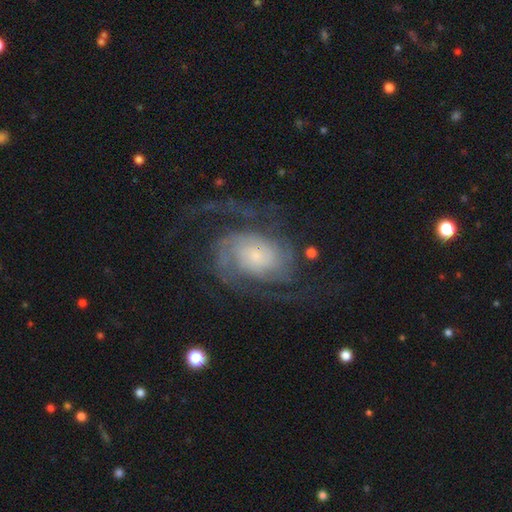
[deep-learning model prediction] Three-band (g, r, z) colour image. It shows a featured or disk galaxy (89%) with no bar (65%), 2 (63%) medium (44%) spiral arms (97%) and a small central bulge (53%). Merging: none (65%).